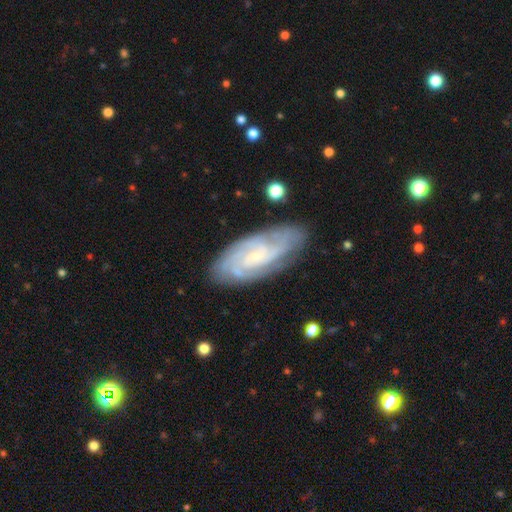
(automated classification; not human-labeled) smooth_or_featured: featured or disk (p=0.82) [alt: smooth p=0.12]
disk_edge_on: no (p=0.94) [alt: yes p=0.06]
bar: no (p=0.55) [alt: weak p=0.37]
has_spiral_arms: yes (p=0.96) [alt: no p=0.04]
spiral_winding: tight (p=0.61) [alt: medium p=0.32]
spiral_arm_count: can't tell (p=0.29) [alt: 3 p=0.23]
bulge_size: small (p=0.68) [alt: moderate p=0.17]
merging: none (p=0.78) [alt: minor disturbance p=0.16]